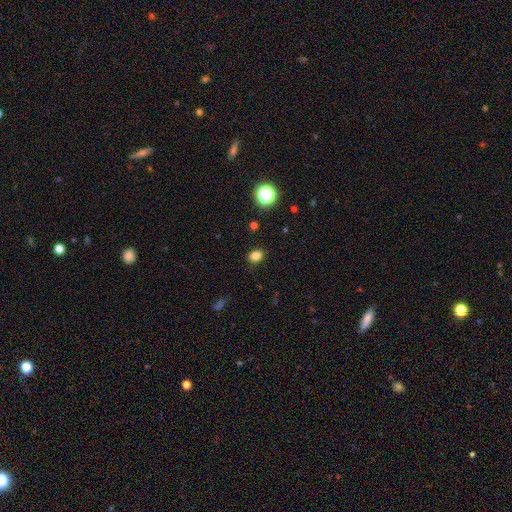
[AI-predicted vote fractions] Smooth or featured?
  - smooth: 81% *
  - star or artifact: 15%
  - featured or disk: 4%
How rounded?
  - in between: 57% *
  - round: 42%
  - cigar-shaped: 1%
Merging?
  - none: 88% *
  - minor disturbance: 8%
  - major disturbance: 2%
  - merger: 1%